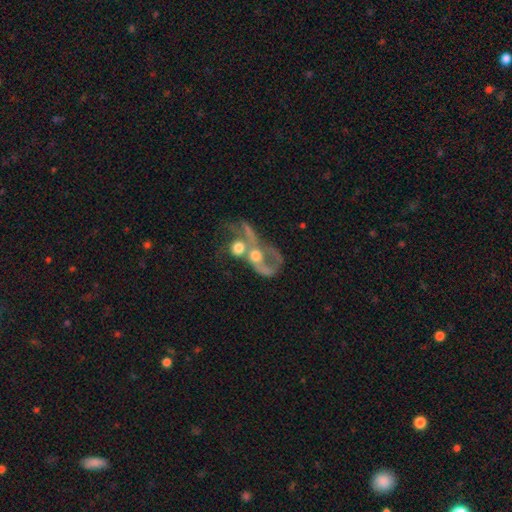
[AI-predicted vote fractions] Smooth or featured? Predicted: featured or disk (p=0.56). Edge-on disk? Predicted: no (p=0.95). Bar? Predicted: no (p=0.83). Spiral arms? Predicted: no (p=0.61). Bulge size? Predicted: moderate (p=0.54). Merging? Predicted: merger (p=0.70).